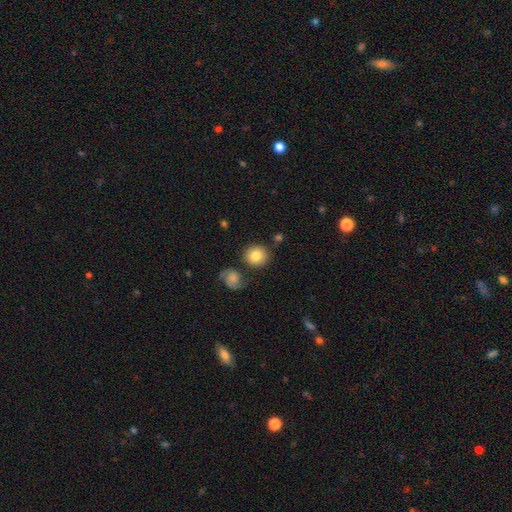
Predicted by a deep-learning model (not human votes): Smooth or featured? Predicted: smooth (p=0.81). How rounded? Predicted: round (p=0.87). Merging? Predicted: none (p=0.76).